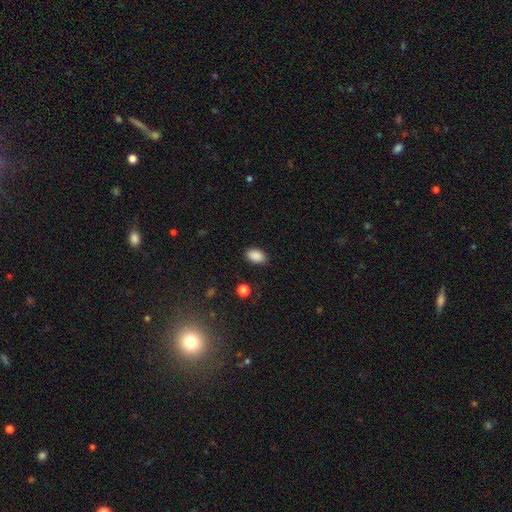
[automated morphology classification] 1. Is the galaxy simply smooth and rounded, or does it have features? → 89% smooth, 8% star or artifact, 3% featured or disk.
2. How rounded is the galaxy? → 88% in between, 10% round, 1% cigar-shaped.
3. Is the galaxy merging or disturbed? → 86% none, 10% minor disturbance, 3% major disturbance, 1% merger.